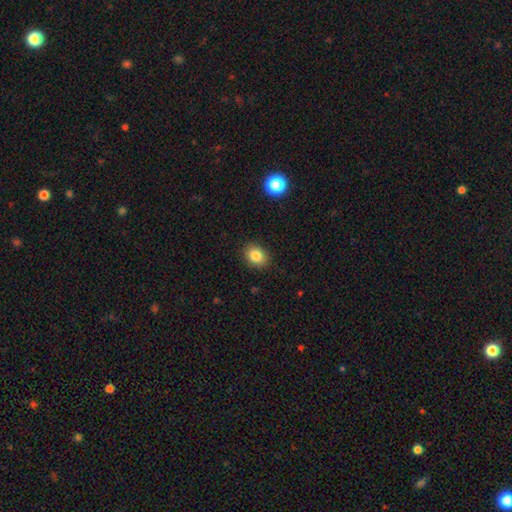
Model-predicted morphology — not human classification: smooth 84%, star or artifact 10%, featured or disk 6%. Down the decision tree: how rounded — in between (56%); merging — none (88%).